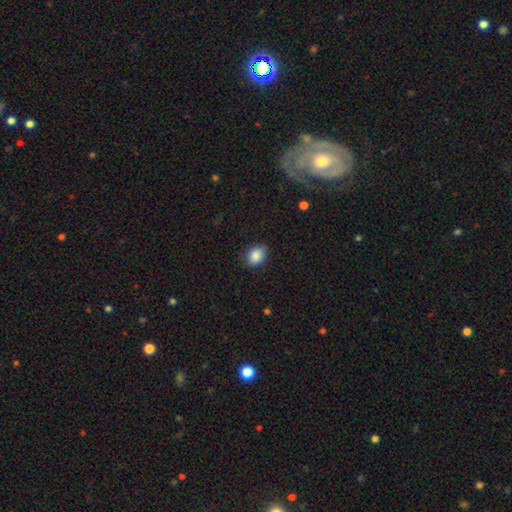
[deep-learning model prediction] This appears to be a smooth galaxy with no disk features (87%) that is in between round and cigar-shaped (56%). Merging: none (80%).